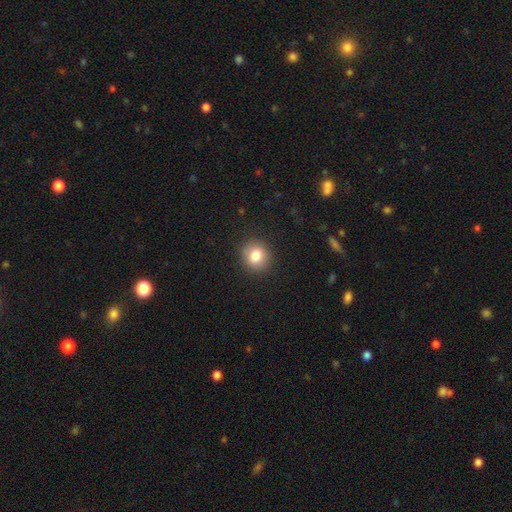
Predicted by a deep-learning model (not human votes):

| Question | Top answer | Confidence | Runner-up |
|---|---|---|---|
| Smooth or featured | smooth | 81% | star or artifact (10%) |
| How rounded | round | 81% | in between (18%) |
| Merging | none | 89% | minor disturbance (8%) |